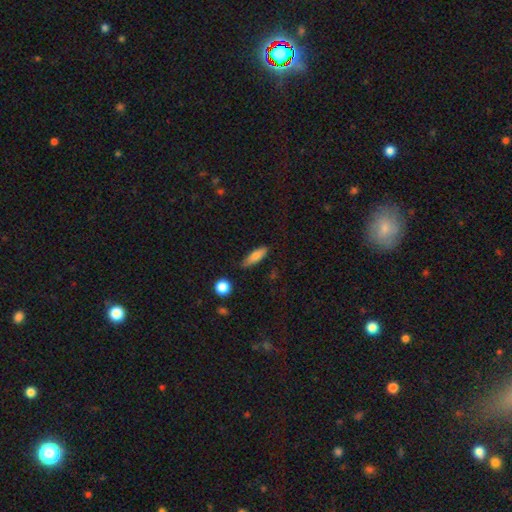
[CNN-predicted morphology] Q: Smooth or featured?
A: smooth (78%); runner-up: featured or disk (15%)
Q: How rounded?
A: in between (53%); runner-up: cigar-shaped (43%)
Q: Merging?
A: none (73%); runner-up: minor disturbance (21%)